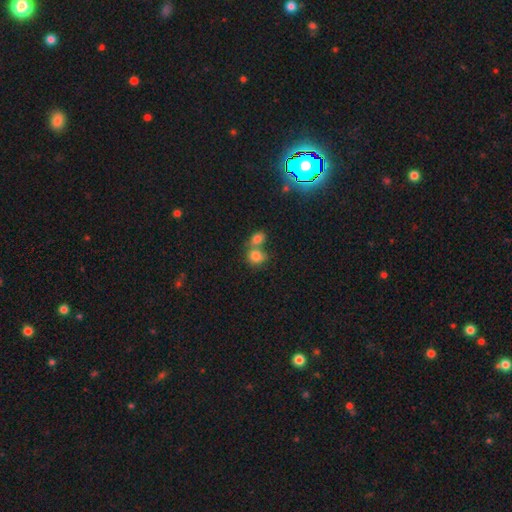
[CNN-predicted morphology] smooth 80%, star or artifact 11%, featured or disk 9%. Down the decision tree: how rounded — round (60%); merging — merger (55%).